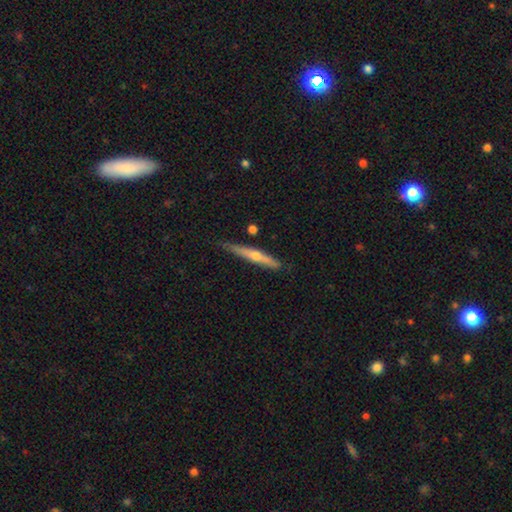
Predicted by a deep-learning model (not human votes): A featured or disk galaxy (55%) viewed edge-on (95%) with a rounded central bulge (76%). Merging: none (79%).